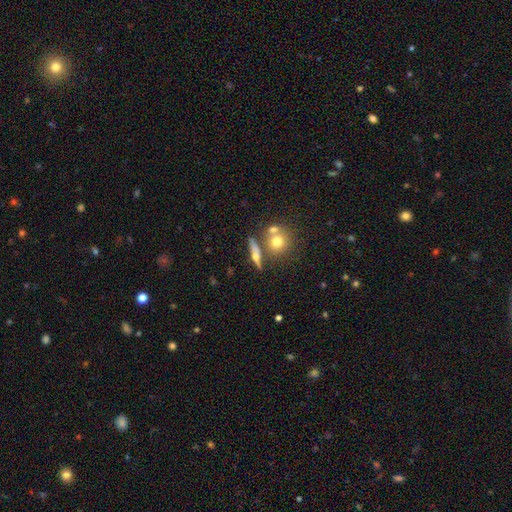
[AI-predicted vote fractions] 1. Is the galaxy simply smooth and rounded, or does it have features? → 56% featured or disk, 33% smooth, 11% star or artifact.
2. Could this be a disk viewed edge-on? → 87% yes, 13% no.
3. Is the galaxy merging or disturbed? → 68% none, 16% merger, 12% minor disturbance, 5% major disturbance.